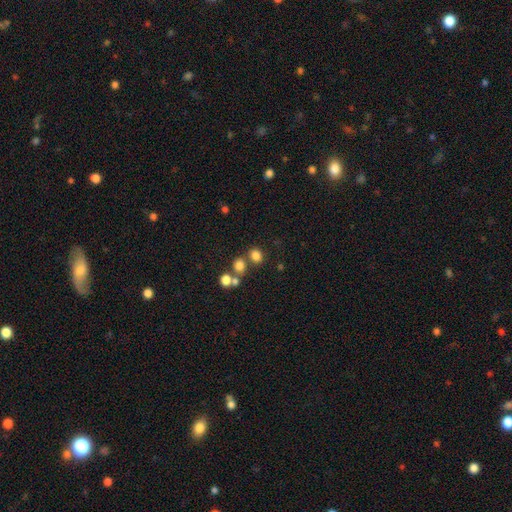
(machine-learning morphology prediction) The model was most divided on "how rounded": round: 61%, in between: 38%, cigar-shaped: 1%. More confident: smooth or featured — smooth (78%); merging — none (64%).